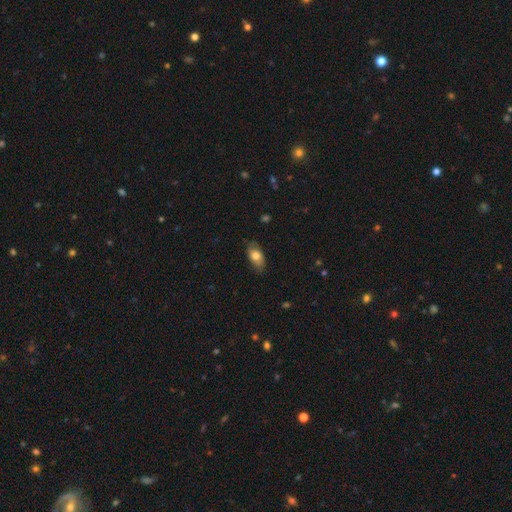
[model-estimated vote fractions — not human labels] smooth-or-featured: smooth: 73% | featured or disk: 20% | star or artifact: 7%
  how-rounded: in between: 90% | round: 6% | cigar-shaped: 4%
  merging: none: 74% | minor disturbance: 20% | major disturbance: 5% | merger: 1%